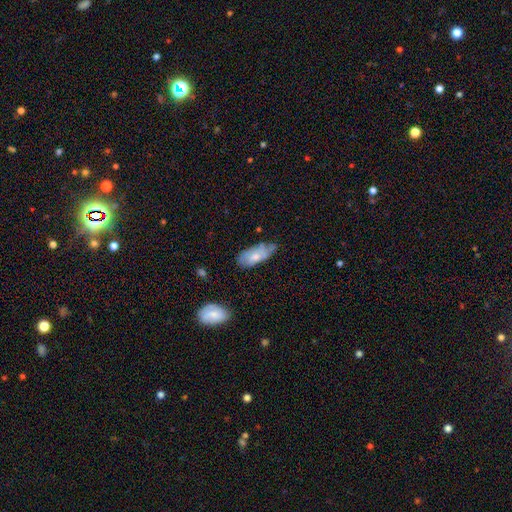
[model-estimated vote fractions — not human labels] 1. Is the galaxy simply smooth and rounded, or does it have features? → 61% smooth, 32% featured or disk, 6% star or artifact.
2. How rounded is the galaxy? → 88% in between, 10% cigar-shaped, 2% round.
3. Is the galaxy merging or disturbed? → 49% none, 37% minor disturbance, 10% major disturbance, 4% merger.